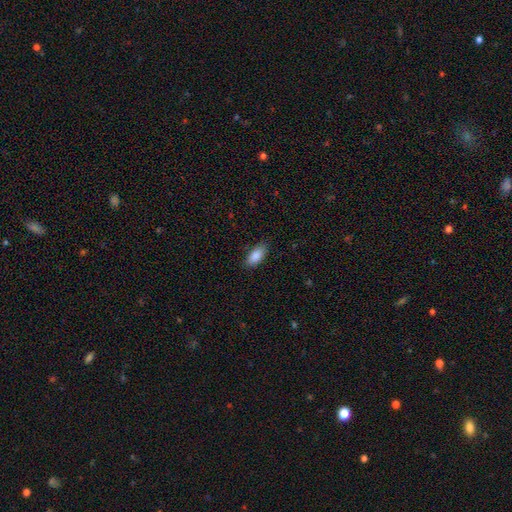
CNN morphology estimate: Smooth or featured: smooth — 87% (star or artifact — 7%)
How rounded: in between — 89% (cigar-shaped — 8%)
Merging: none — 82% (minor disturbance — 14%)